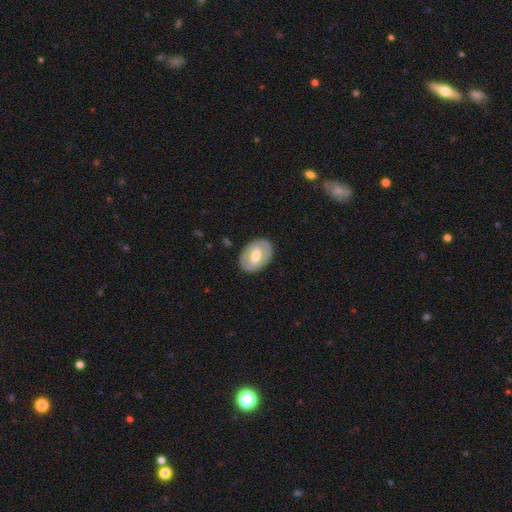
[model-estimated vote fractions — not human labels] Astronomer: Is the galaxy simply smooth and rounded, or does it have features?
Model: featured or disk — 55% (runner-up: smooth, 40%).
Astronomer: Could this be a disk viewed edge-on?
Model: no — 93%.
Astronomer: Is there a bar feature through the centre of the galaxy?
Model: weak — 41% (runner-up: no, 30%).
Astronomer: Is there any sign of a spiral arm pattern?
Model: no — 71%.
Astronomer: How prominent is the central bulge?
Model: moderate — 63%.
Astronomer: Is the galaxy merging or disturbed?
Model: none — 85%.